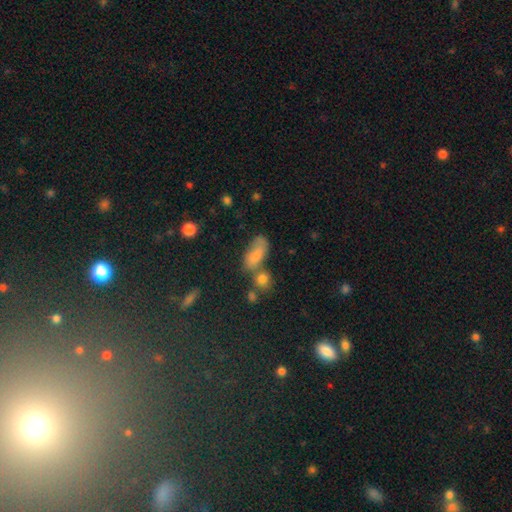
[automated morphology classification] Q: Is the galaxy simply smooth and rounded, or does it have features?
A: smooth — 71%.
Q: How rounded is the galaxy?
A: in between — 84%.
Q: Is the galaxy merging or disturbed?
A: none — 41%.